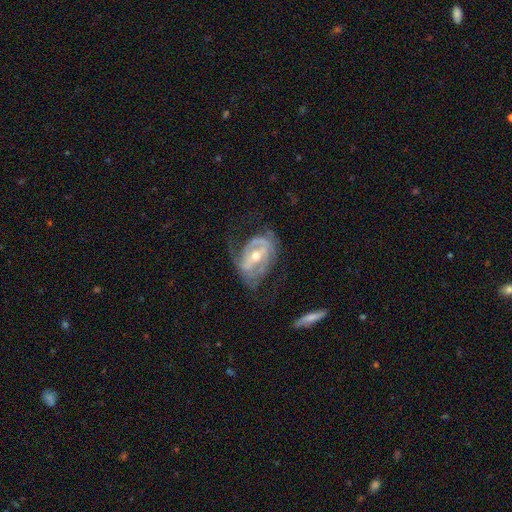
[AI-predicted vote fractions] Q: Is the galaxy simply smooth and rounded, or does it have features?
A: featured or disk — 83%.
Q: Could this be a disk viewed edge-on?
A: no — 95%.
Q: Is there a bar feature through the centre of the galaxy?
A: strong — 41%.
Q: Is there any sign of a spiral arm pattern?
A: yes — 85%.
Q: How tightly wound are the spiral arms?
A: medium — 39%, tied with tight.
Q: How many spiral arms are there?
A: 2 — 58%.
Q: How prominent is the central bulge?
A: moderate — 64%.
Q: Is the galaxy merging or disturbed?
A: none — 51%.